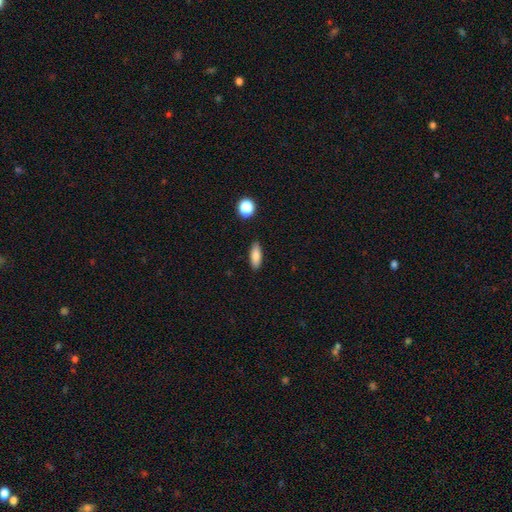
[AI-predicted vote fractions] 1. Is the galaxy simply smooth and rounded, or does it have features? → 83% smooth, 9% featured or disk, 8% star or artifact.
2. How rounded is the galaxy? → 70% in between, 27% cigar-shaped, 3% round.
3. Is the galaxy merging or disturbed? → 88% none, 9% minor disturbance, 2% major disturbance, 2% merger.